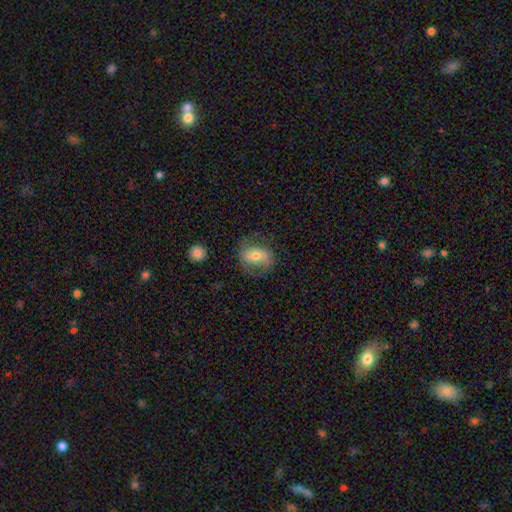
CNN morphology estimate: Smooth or featured? Predicted: featured or disk (p=0.48). Merging? Predicted: none (p=0.64).